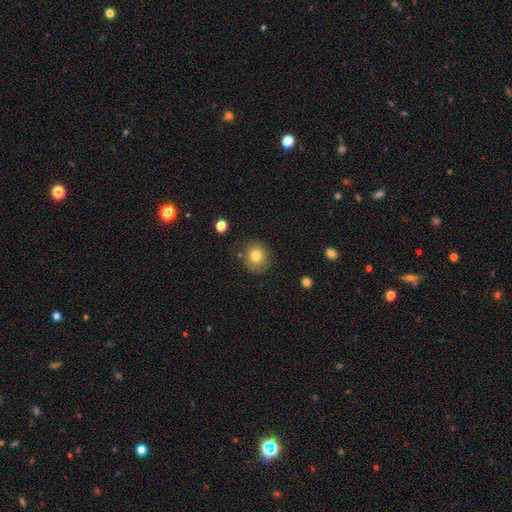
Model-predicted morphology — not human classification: smooth_or_featured: smooth (p=0.79) [alt: star or artifact p=0.11]
how_rounded: round (p=0.86) [alt: in between p=0.13]
merging: none (p=0.80) [alt: minor disturbance p=0.13]